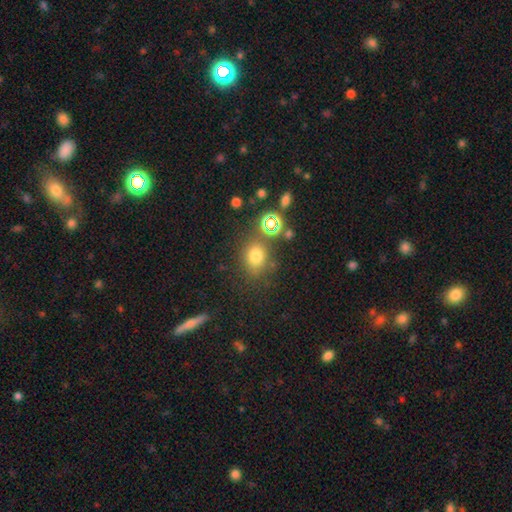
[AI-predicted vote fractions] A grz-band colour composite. It shows a smooth galaxy with no disk features (71%) that is round (65%). Merging: none (71%).